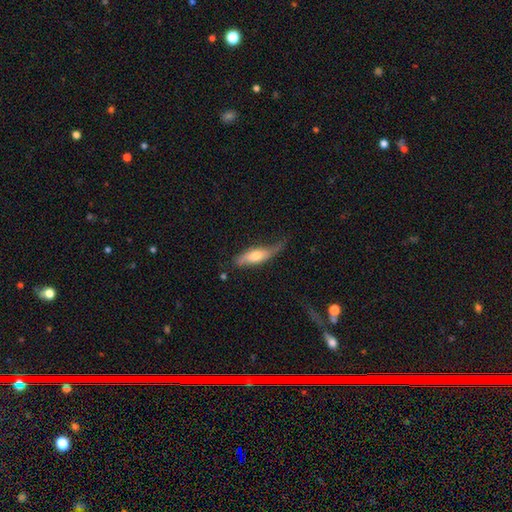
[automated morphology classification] smooth 53%, featured or disk 41%, star or artifact 6%. Down the decision tree: how rounded — in between (52%); merging — none (43%).